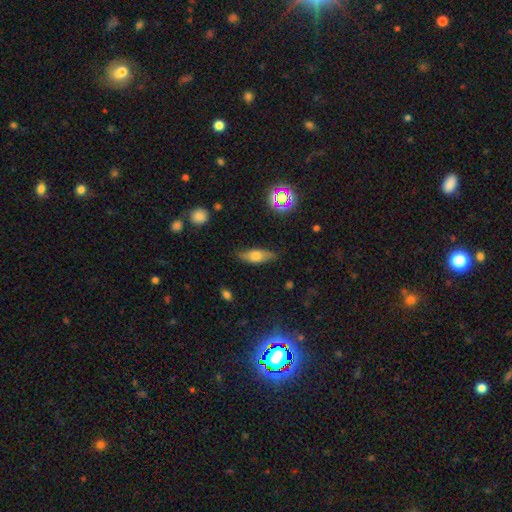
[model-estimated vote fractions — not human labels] smooth-or-featured: smooth: 62% | featured or disk: 29% | star or artifact: 10%
  how-rounded: in between: 68% | cigar-shaped: 29% | round: 4%
  merging: none: 77% | minor disturbance: 18% | major disturbance: 4% | merger: 2%